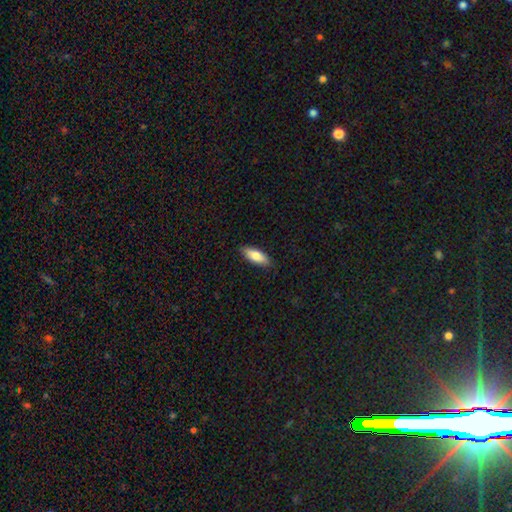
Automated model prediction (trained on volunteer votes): smooth 80%, featured or disk 14%, star or artifact 6%. Down the decision tree: how rounded — in between (66%); merging — none (88%).